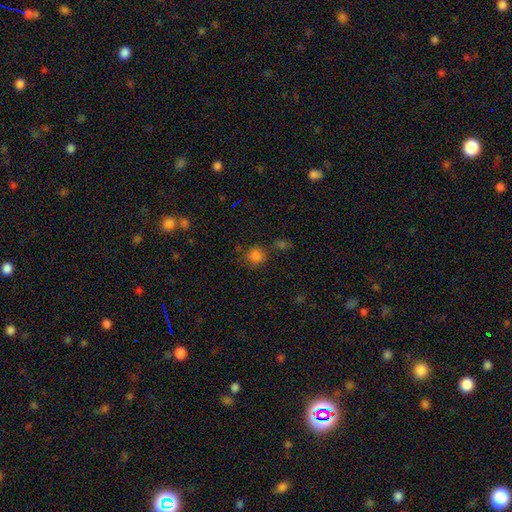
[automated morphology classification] smooth-or-featured: smooth: 77% | star or artifact: 18% | featured or disk: 5%
  how-rounded: round: 83% | in between: 16% | cigar-shaped: 1%
  merging: none: 69% | minor disturbance: 14% | merger: 12% | major disturbance: 5%